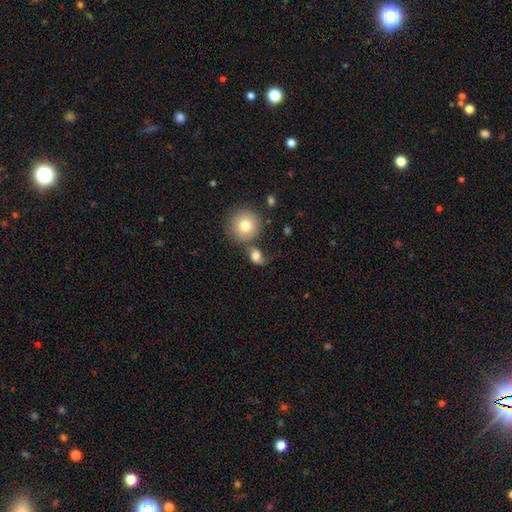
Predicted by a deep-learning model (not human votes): smooth 74%, featured or disk 17%, star or artifact 10%. Down the decision tree: how rounded — round (57%); merging — none (40%).